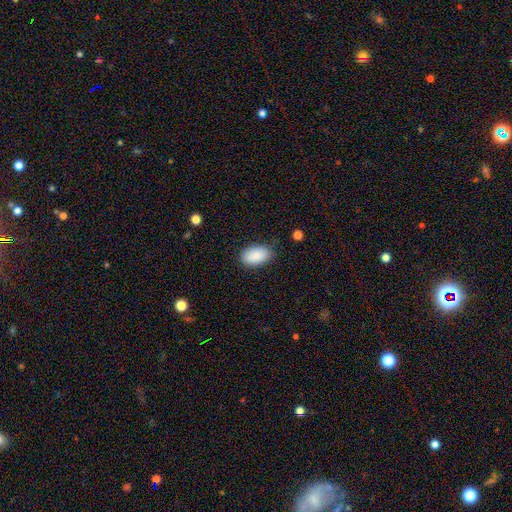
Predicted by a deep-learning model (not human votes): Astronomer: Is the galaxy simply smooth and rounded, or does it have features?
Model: smooth — 89%.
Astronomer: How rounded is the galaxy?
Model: in between — 94%.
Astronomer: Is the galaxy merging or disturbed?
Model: none — 81%.